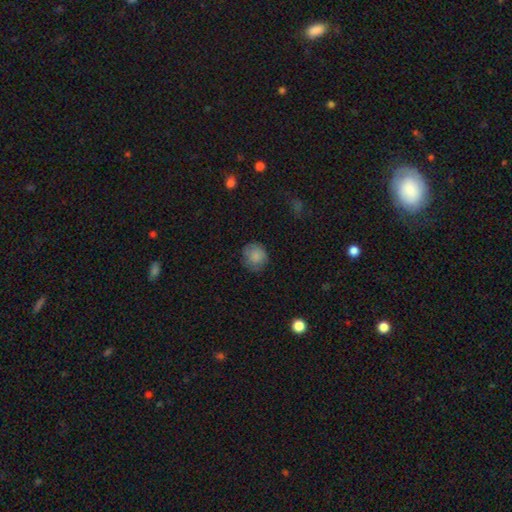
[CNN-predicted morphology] This appears to be a smooth galaxy with no disk features (82%) that is round (87%). Merging: none (75%).